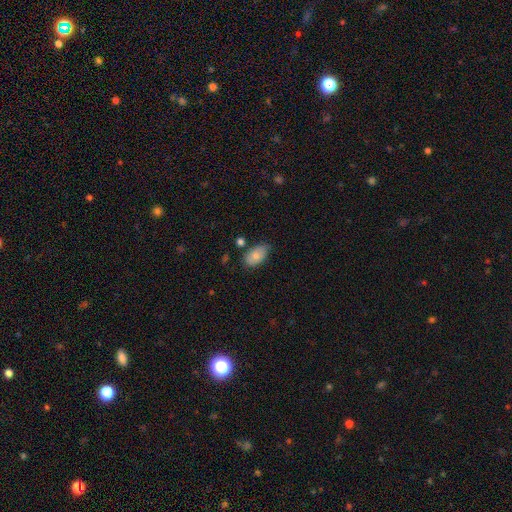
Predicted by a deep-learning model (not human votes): smooth-or-featured: smooth: 77% | featured or disk: 15% | star or artifact: 7%
  how-rounded: in between: 92% | round: 7% | cigar-shaped: 1%
  merging: none: 63% | minor disturbance: 26% | merger: 6% | major disturbance: 5%